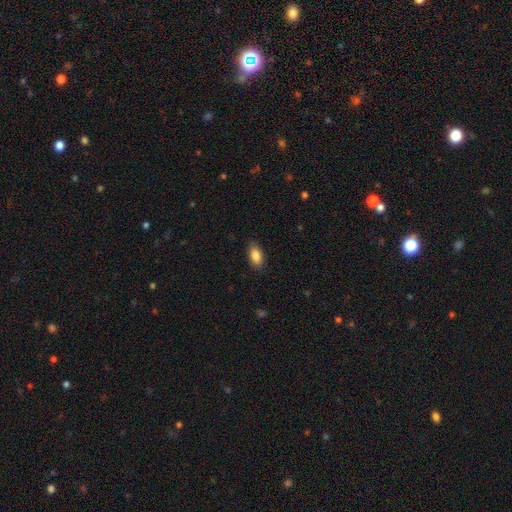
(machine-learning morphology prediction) A smooth galaxy with no disk features (85%) that is in between round and cigar-shaped (91%).

Vote fractions:
- Smooth or featured? smooth: 85% / featured or disk: 8% / star or artifact: 7%
- How rounded? in between: 91% / cigar-shaped: 5% / round: 4%
- Merging? none: 87% / minor disturbance: 10% / major disturbance: 2% / merger: 1%